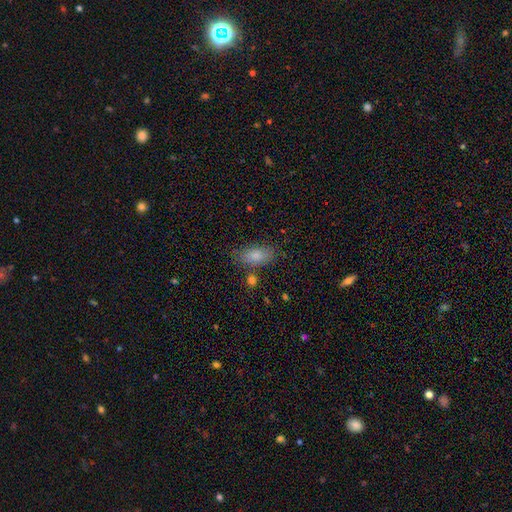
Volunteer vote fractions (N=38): Overall: smooth (89%). How rounded: in between (94%). Merging: none (82%).